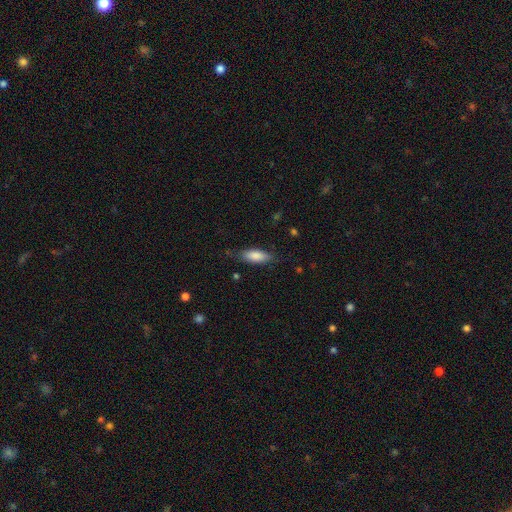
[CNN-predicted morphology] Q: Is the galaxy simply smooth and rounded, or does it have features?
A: smooth — 83%.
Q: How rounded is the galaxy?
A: in between — 70%.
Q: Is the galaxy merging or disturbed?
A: none — 77%.